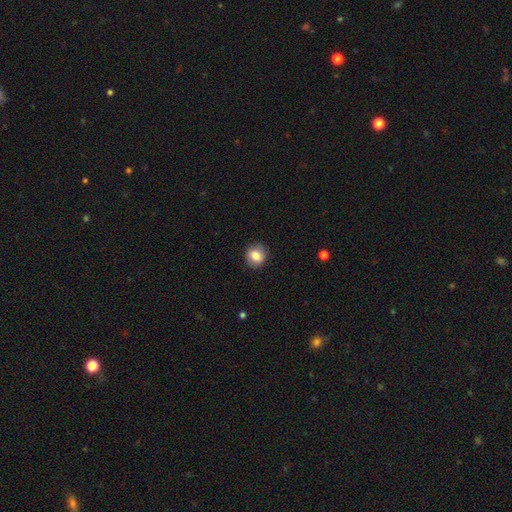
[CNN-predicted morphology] type=smooth (82%); roundness=round (80%); merging=none (87%).